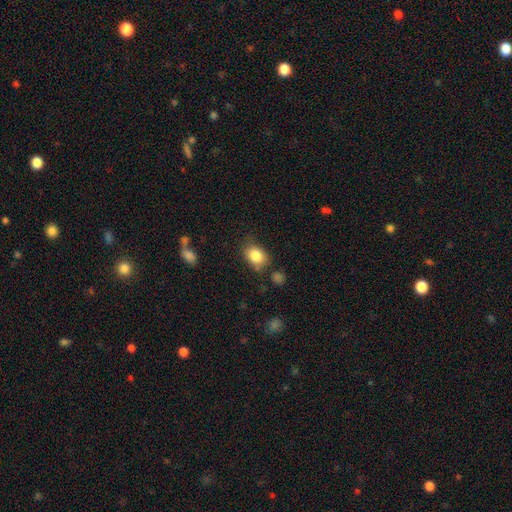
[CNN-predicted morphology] The model was most divided on "how rounded": in between: 63%, round: 36%, cigar-shaped: 1%. More confident: smooth or featured — smooth (84%); merging — none (71%).